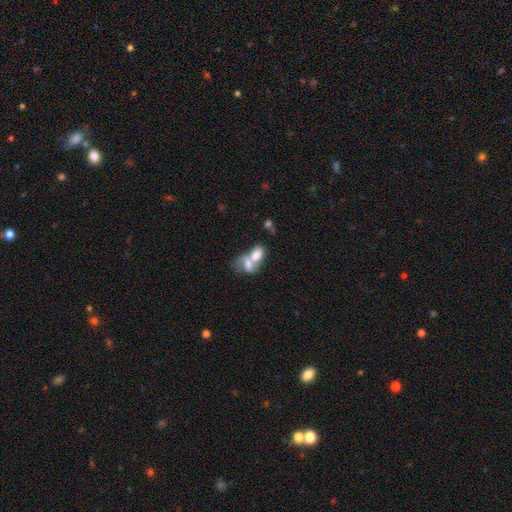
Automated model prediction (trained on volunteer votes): Smooth or featured? Predicted: smooth (p=0.69). How rounded? Predicted: in between (p=0.86). Merging? Predicted: merger (p=0.76).